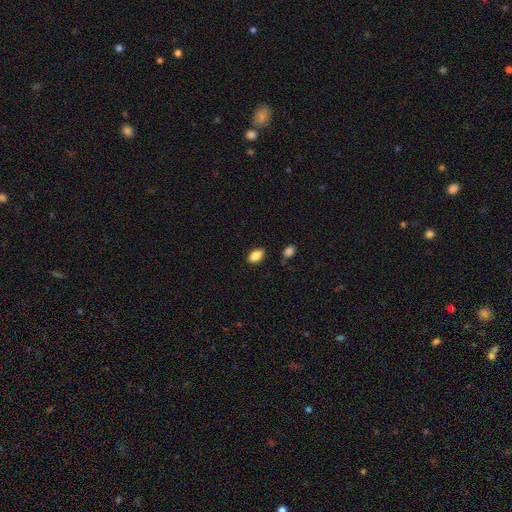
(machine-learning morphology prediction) A smooth galaxy with no disk features (86%) that is in between round and cigar-shaped (91%).

Vote fractions:
- Smooth or featured? smooth: 86% / star or artifact: 8% / featured or disk: 6%
- How rounded? in between: 91% / round: 6% / cigar-shaped: 2%
- Merging? none: 86% / minor disturbance: 10% / major disturbance: 2% / merger: 2%